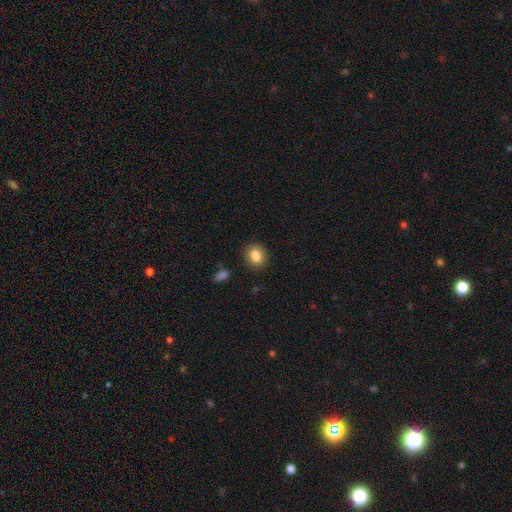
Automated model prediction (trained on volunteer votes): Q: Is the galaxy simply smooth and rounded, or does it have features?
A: smooth — 84%.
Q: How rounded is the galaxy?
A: round — 62%.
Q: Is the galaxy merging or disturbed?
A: none — 89%.